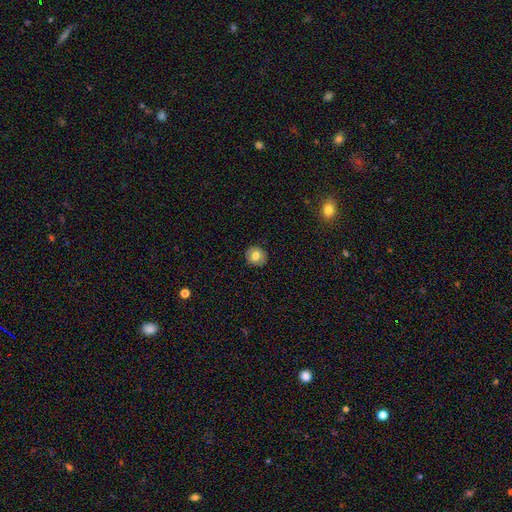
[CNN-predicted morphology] Q: Smooth or featured?
A: smooth (75%); runner-up: featured or disk (15%)
Q: How rounded?
A: round (88%); runner-up: in between (11%)
Q: Merging?
A: none (89%); runner-up: minor disturbance (8%)